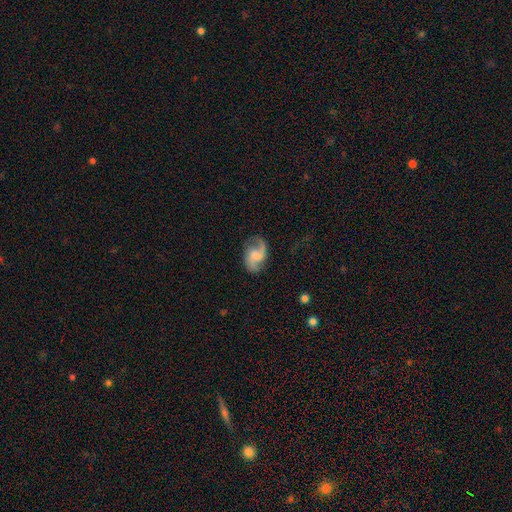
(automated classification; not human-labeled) This is likely a featured or disk galaxy (75%). It is clearly not viewed edge-on (97%). Bar: possibly no (47%). Spiral arm pattern: clearly yes (95%). Spiral arm count: clearly 2 (84%). Spiral winding: possibly loose (54%). Central bulge: marginally moderate (30%, tied with none). Merging: likely none (67%).